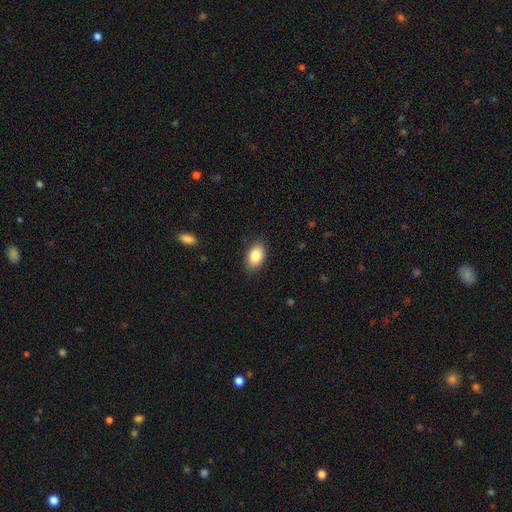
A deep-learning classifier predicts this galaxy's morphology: smooth_or_featured: smooth (p=0.85) [alt: featured or disk p=0.08]
how_rounded: in between (p=0.91) [alt: round p=0.08]
merging: none (p=0.86) [alt: minor disturbance p=0.10]